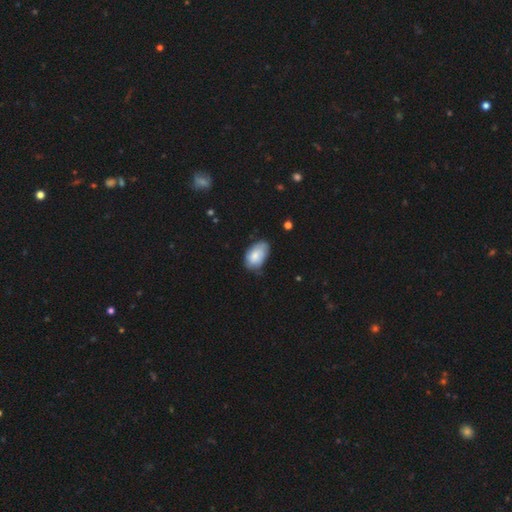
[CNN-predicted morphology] Overall: smooth (74%). How rounded: in between (92%). Merging: none (55%; minor disturbance 36%).